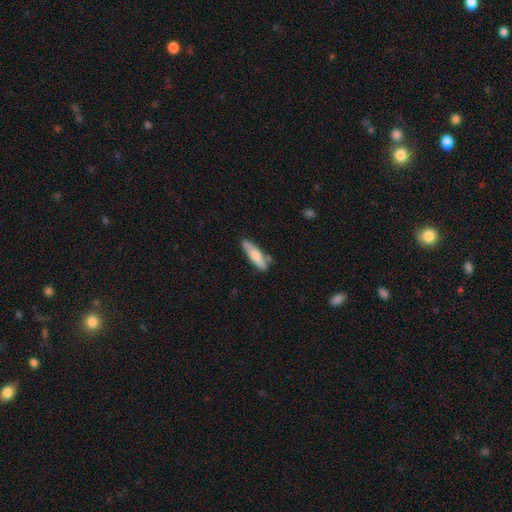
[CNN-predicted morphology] Smooth or featured: smooth — 72% (featured or disk — 22%)
How rounded: cigar-shaped — 68% (in between — 31%)
Merging: none — 72% (minor disturbance — 18%)